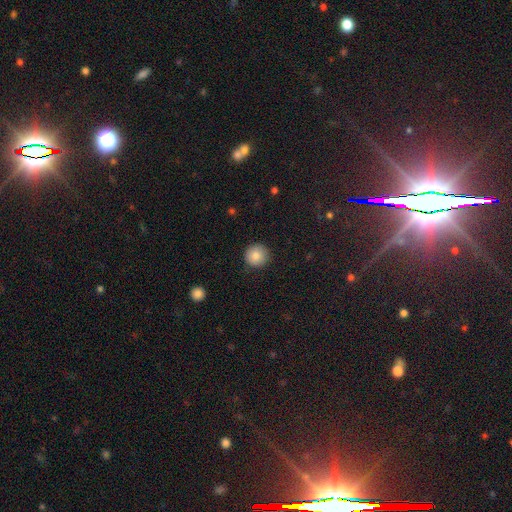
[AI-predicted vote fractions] smooth_or_featured: smooth (p=0.86) [alt: star or artifact p=0.09]
how_rounded: round (p=0.95) [alt: in between p=0.04]
merging: none (p=0.90) [alt: minor disturbance p=0.07]